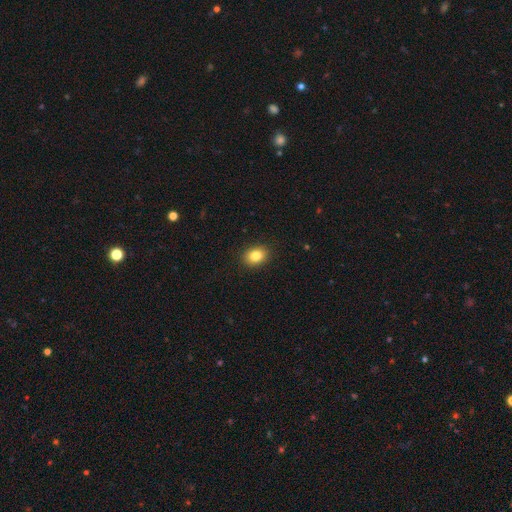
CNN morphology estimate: Smooth or featured? Predicted: smooth (p=0.84). How rounded? Predicted: in between (p=0.65). Merging? Predicted: none (p=0.90).